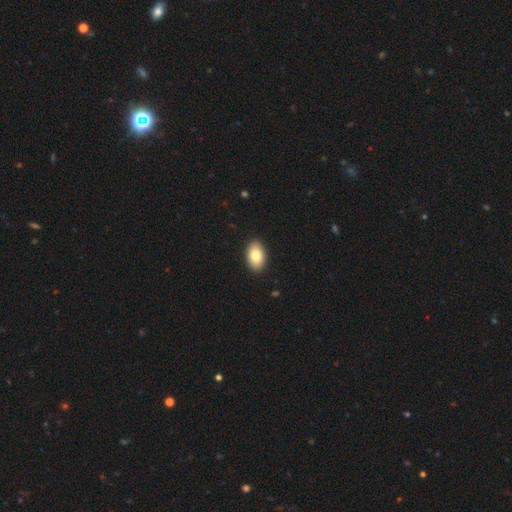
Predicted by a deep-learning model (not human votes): A smooth galaxy with no disk features (82%) that is in between round and cigar-shaped (91%). Merging: none (91%).